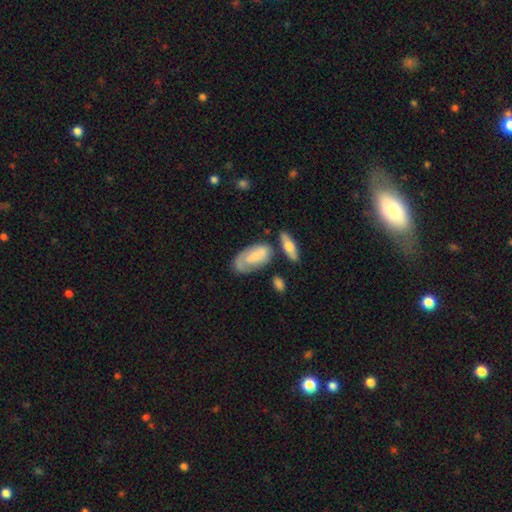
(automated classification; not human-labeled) A smooth galaxy with no disk features (49%). Merging: none (49%).